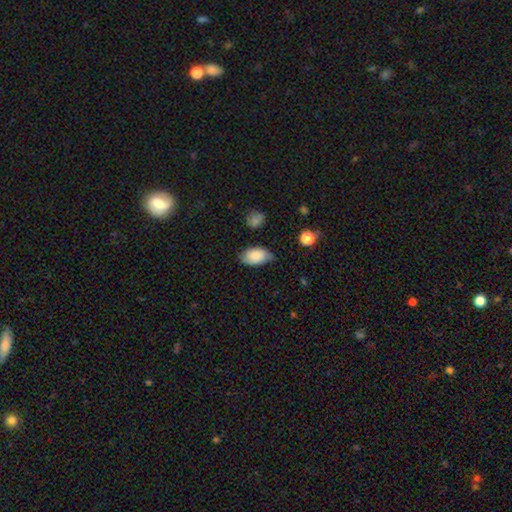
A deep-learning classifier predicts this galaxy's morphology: smooth-or-featured: smooth: 75% | featured or disk: 17% | star or artifact: 8%
  how-rounded: in between: 93% | round: 6% | cigar-shaped: 2%
  merging: none: 66% | minor disturbance: 27% | major disturbance: 5% | merger: 2%